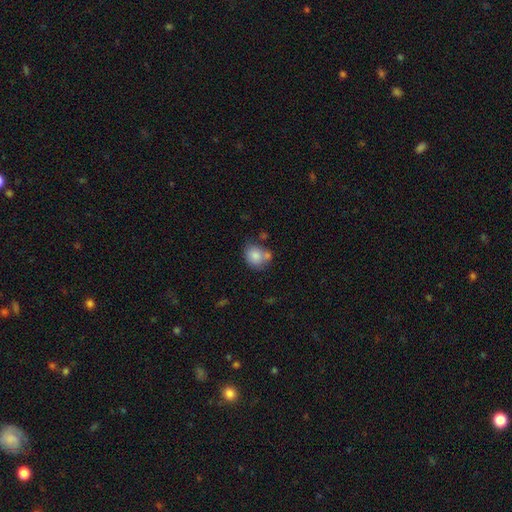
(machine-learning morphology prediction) This appears to be a smooth galaxy with no disk features (81%) that is round (59%). Merging: none (49%).